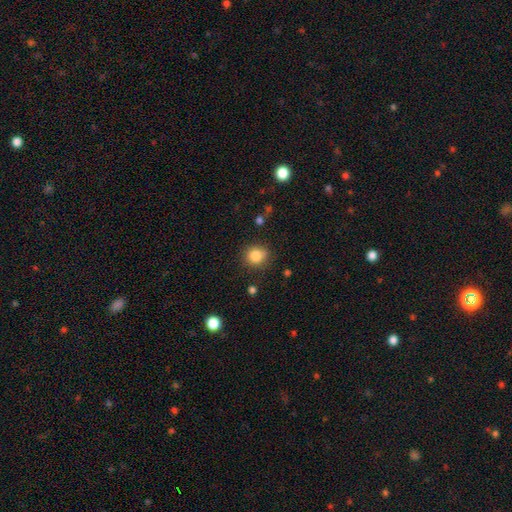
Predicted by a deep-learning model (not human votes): The model was most divided on "how rounded": round: 85%, in between: 14%, cigar-shaped: 1%. More confident: merging — none (85%); smooth or featured — smooth (84%).